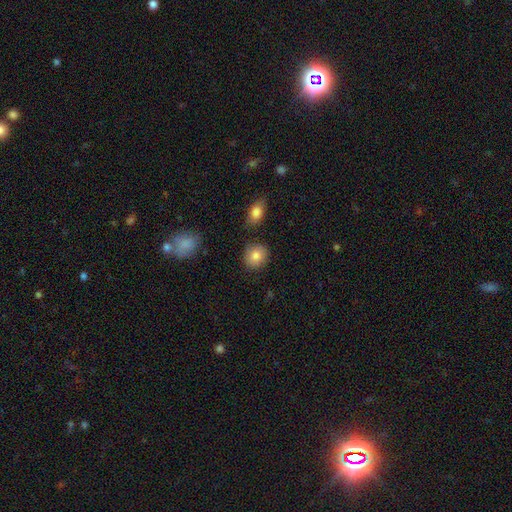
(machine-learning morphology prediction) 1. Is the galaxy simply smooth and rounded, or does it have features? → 84% smooth, 8% star or artifact, 8% featured or disk.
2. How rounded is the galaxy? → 77% round, 22% in between, 1% cigar-shaped.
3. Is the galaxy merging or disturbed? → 84% none, 9% minor disturbance, 4% merger, 2% major disturbance.